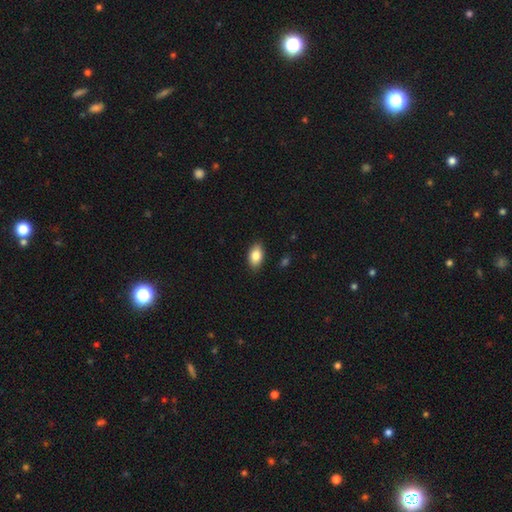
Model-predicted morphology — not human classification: A smooth galaxy with no disk features (86%) that is in between round and cigar-shaped (92%). Merging: none (87%).